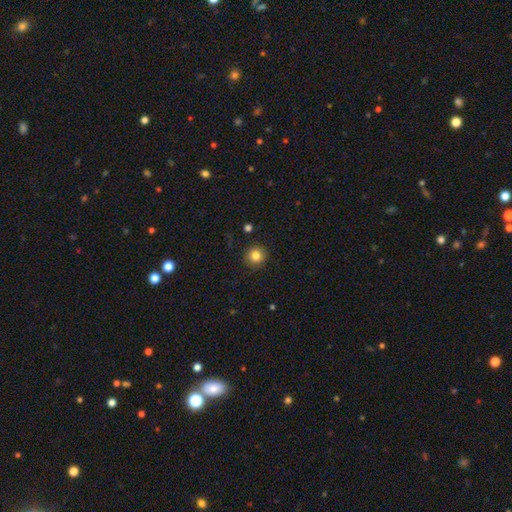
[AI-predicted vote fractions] smooth_or_featured: smooth (p=0.84) [alt: star or artifact p=0.11]
how_rounded: round (p=0.94) [alt: in between p=0.05]
merging: none (p=0.90) [alt: minor disturbance p=0.07]